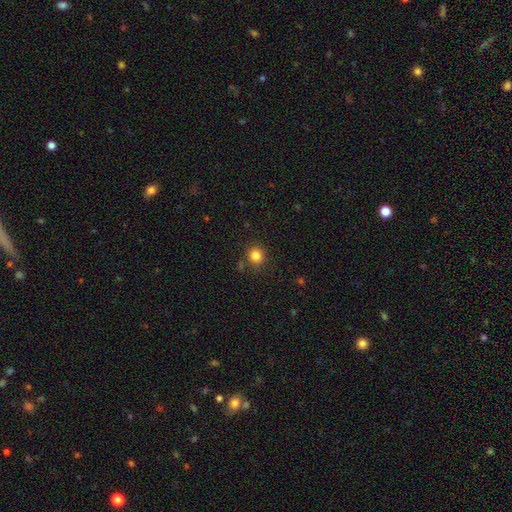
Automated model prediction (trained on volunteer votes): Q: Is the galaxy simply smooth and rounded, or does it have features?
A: smooth — 83%.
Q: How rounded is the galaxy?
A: round — 87%.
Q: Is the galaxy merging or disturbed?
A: none — 84%.